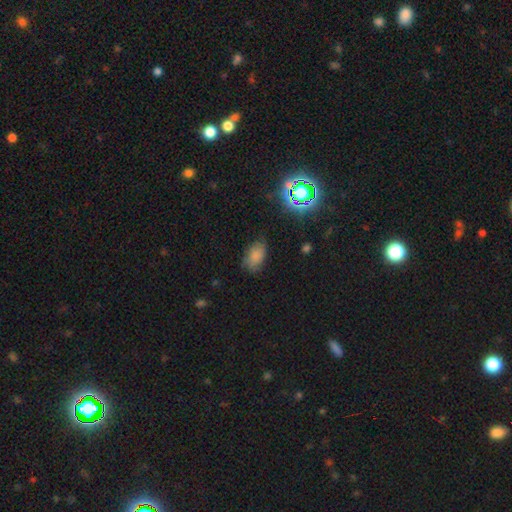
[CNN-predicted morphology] Smooth or featured? smooth (76%)
How rounded? in between (90%)
Merging? none (72%)